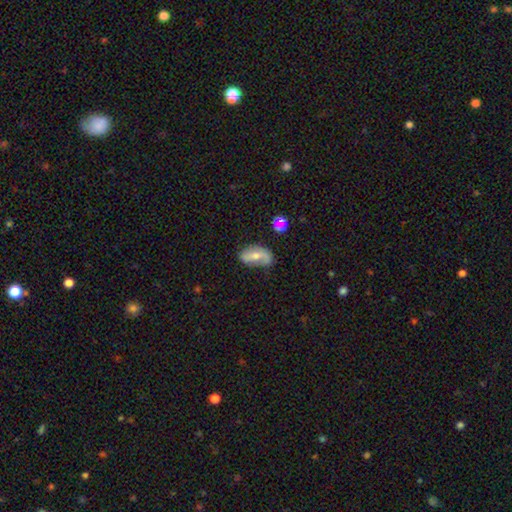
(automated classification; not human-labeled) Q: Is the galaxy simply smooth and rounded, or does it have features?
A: featured or disk — 51%.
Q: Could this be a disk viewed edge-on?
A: no — 93%.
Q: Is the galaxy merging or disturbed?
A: none — 59%.